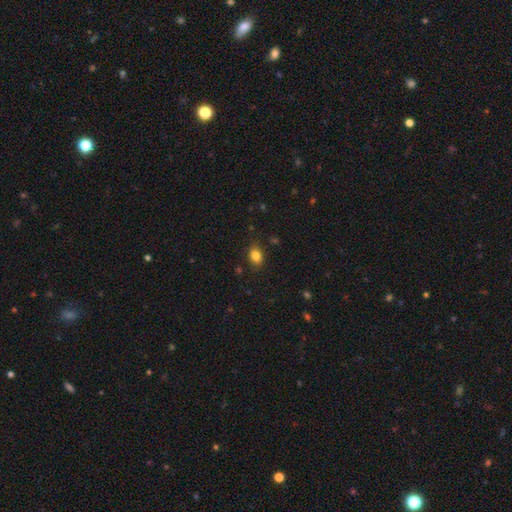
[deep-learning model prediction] Smooth or featured: smooth — 84% (star or artifact — 10%)
How rounded: in between — 74% (round — 25%)
Merging: none — 85% (minor disturbance — 11%)